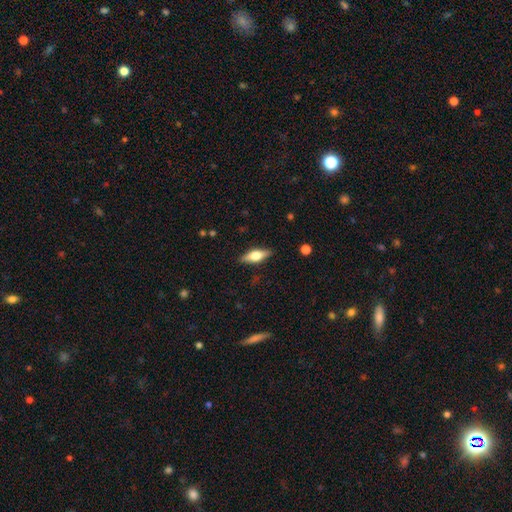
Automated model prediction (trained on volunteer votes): Smooth or featured? featured or disk (49%)
Merging? none (88%)